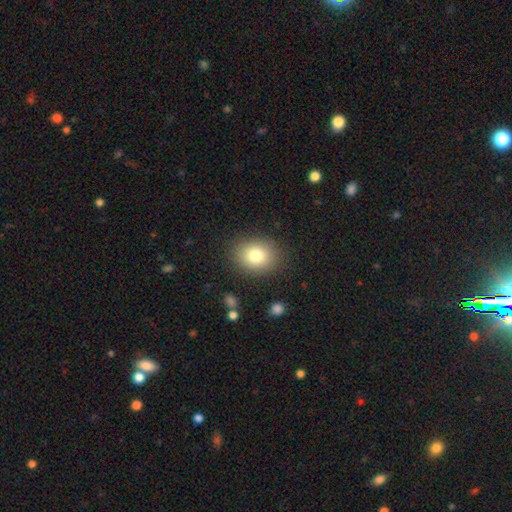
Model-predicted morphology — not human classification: This appears to be a smooth galaxy with no disk features (80%) that is round (51%). Merging: none (86%).